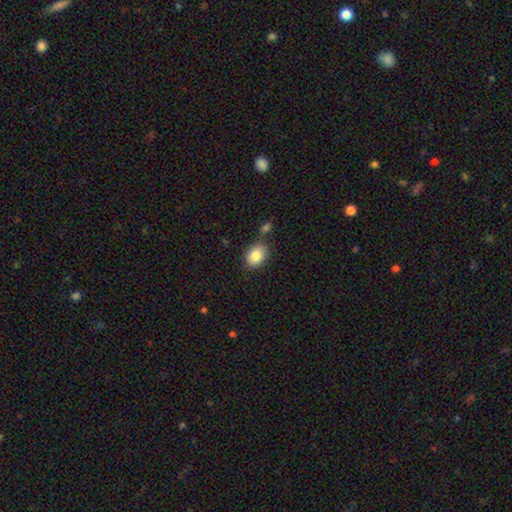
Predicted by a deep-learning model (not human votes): A smooth galaxy with no disk features (84%) that is in between round and cigar-shaped (65%).

Vote fractions:
- Smooth or featured? smooth: 84% / featured or disk: 8% / star or artifact: 8%
- How rounded? in between: 65% / round: 34% / cigar-shaped: 1%
- Merging? none: 70% / minor disturbance: 15% / merger: 11% / major disturbance: 4%